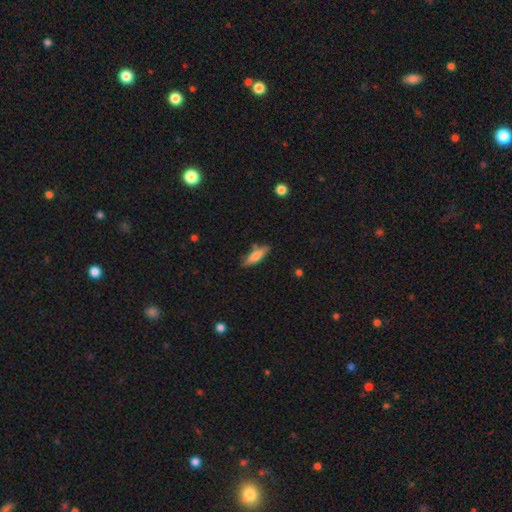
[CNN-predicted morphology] Smooth or featured? Predicted: smooth (p=0.74). How rounded? Predicted: cigar-shaped (p=0.59). Merging? Predicted: none (p=0.77).